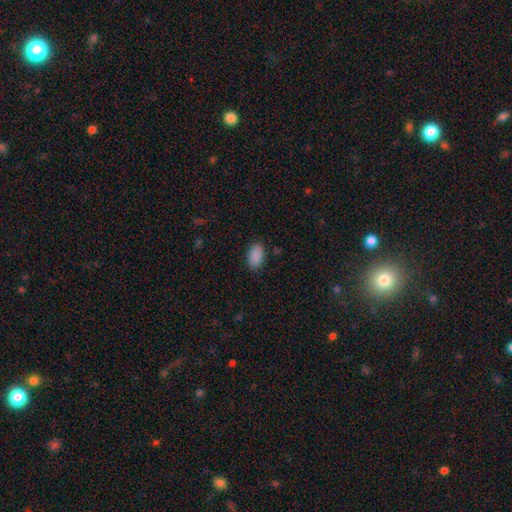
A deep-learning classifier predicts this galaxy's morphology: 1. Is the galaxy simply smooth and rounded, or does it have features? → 89% smooth, 8% star or artifact, 3% featured or disk.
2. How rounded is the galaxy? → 93% in between, 4% round, 2% cigar-shaped.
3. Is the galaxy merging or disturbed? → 86% none, 11% minor disturbance, 3% major disturbance, 1% merger.